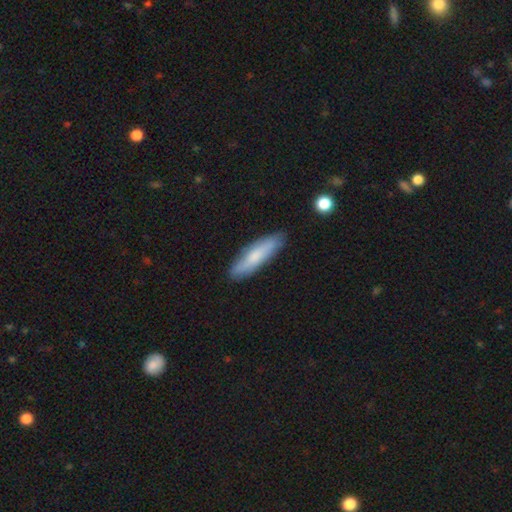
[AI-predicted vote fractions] Smooth or featured: smooth — 70% (featured or disk — 24%)
How rounded: cigar-shaped — 75% (in between — 23%)
Merging: none — 85% (minor disturbance — 11%)